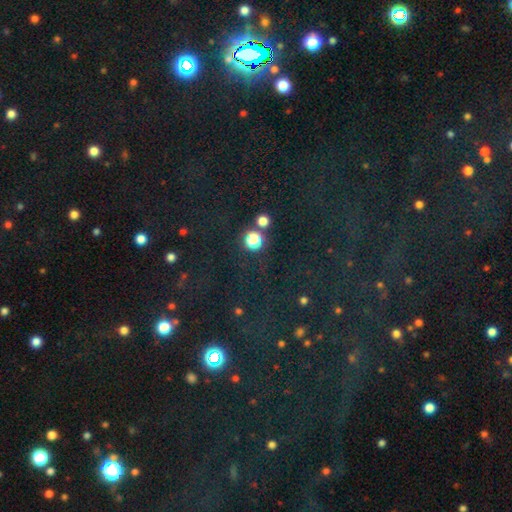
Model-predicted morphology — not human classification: star or artifact 73%, smooth 19%, featured or disk 8%.